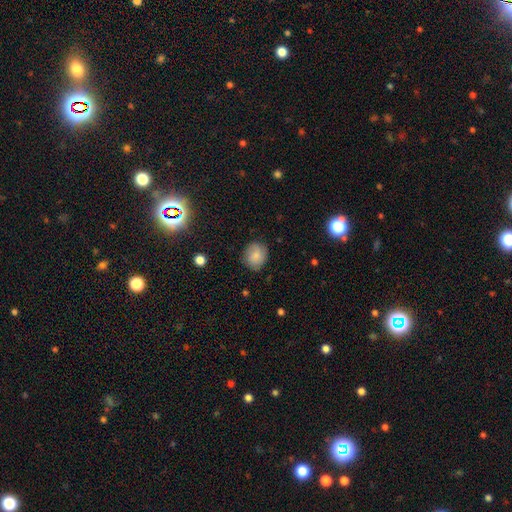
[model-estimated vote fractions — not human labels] Overall: smooth (80%). How rounded: round (77%). Merging: none (82%).